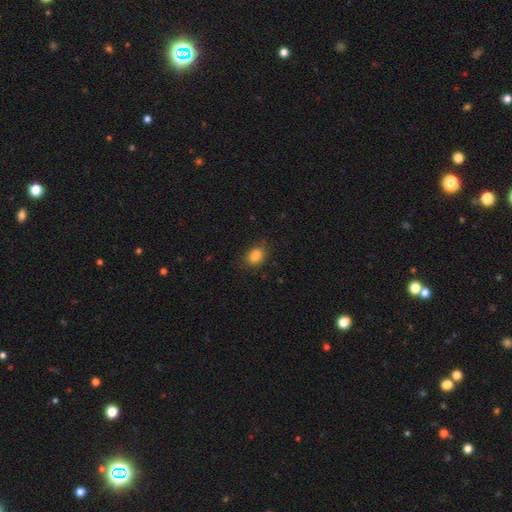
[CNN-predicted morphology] Smooth or featured?
  - smooth: 83% *
  - star or artifact: 10%
  - featured or disk: 7%
How rounded?
  - in between: 63% *
  - round: 36%
  - cigar-shaped: 1%
Merging?
  - none: 81% *
  - minor disturbance: 15%
  - major disturbance: 3%
  - merger: 1%